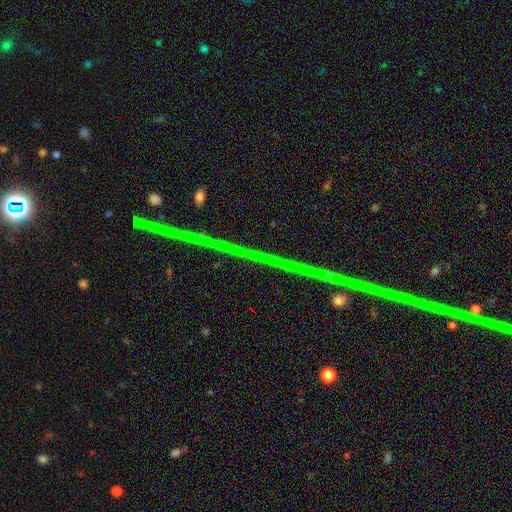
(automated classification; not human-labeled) star or artifact 79%, featured or disk 15%, smooth 6%.